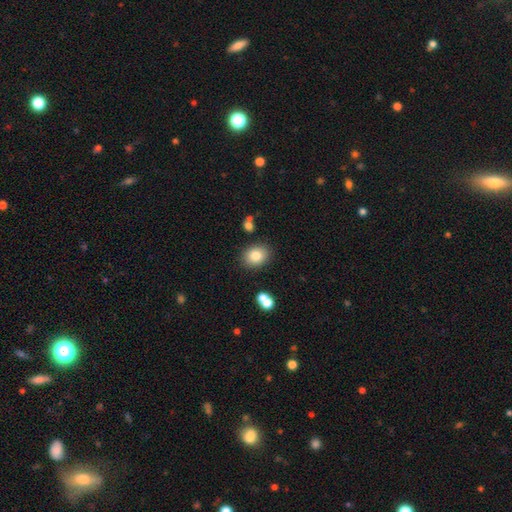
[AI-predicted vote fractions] Morphology: type=smooth (82%); roundness=in between (55%); merging=none (83%).